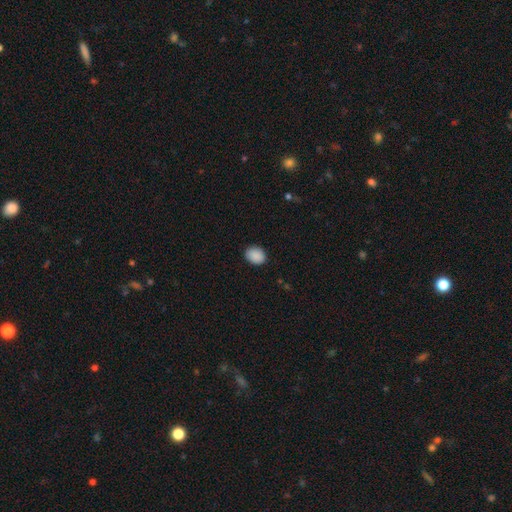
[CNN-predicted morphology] Smooth or featured? smooth (90%)
How rounded? in between (57%)
Merging? none (88%)